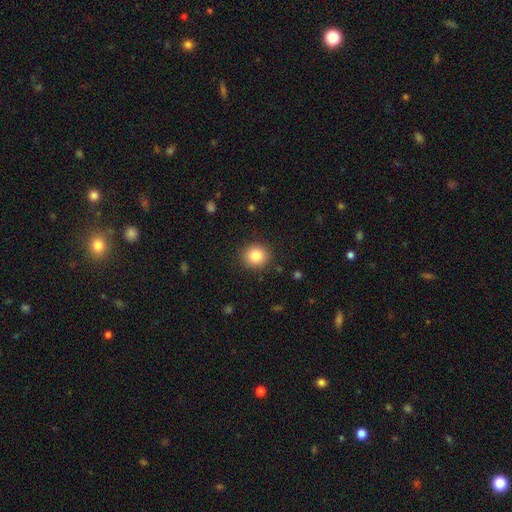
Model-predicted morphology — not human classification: smooth-or-featured: smooth: 83% | star or artifact: 10% | featured or disk: 7%
  how-rounded: round: 86% | in between: 13% | cigar-shaped: 1%
  merging: none: 90% | minor disturbance: 7% | major disturbance: 2% | merger: 1%